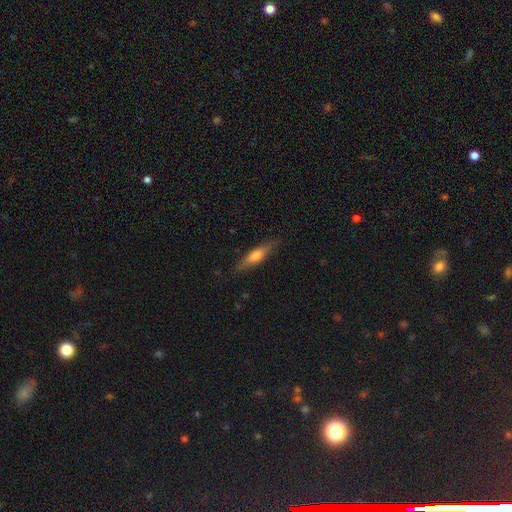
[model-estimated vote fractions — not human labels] Smooth or featured? Predicted: smooth (p=0.56). How rounded? Predicted: cigar-shaped (p=0.73). Merging? Predicted: none (p=0.84).